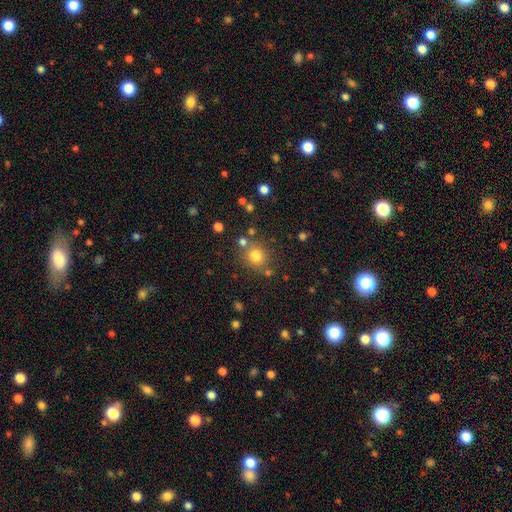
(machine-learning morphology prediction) This appears to be a smooth galaxy with no disk features (78%) that is round (87%). Merging: none (76%).